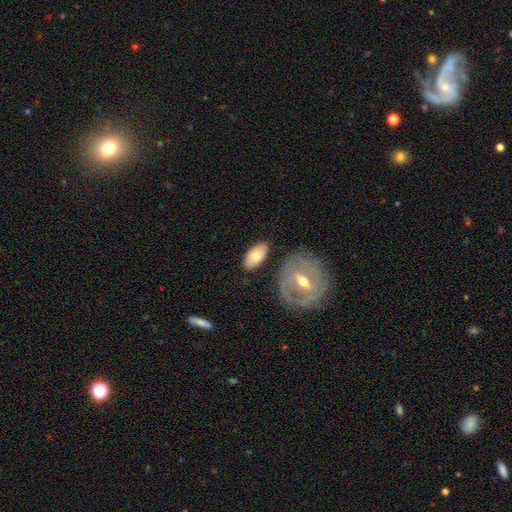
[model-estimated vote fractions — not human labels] smooth 62%, featured or disk 32%, star or artifact 6%. Down the decision tree: how rounded — in between (92%); merging — none (77%).